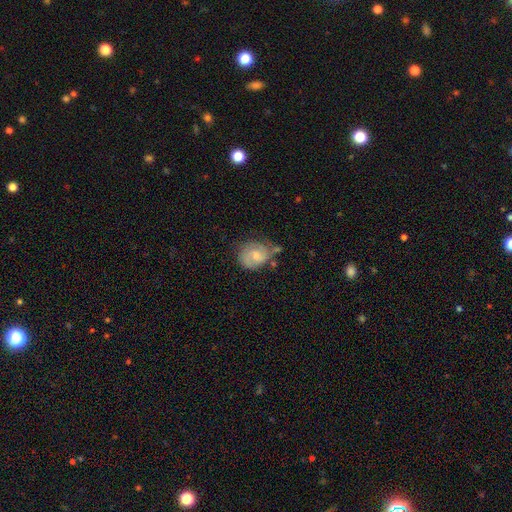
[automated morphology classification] Smooth or featured? Predicted: featured or disk (p=0.48). Merging? Predicted: none (p=0.45).